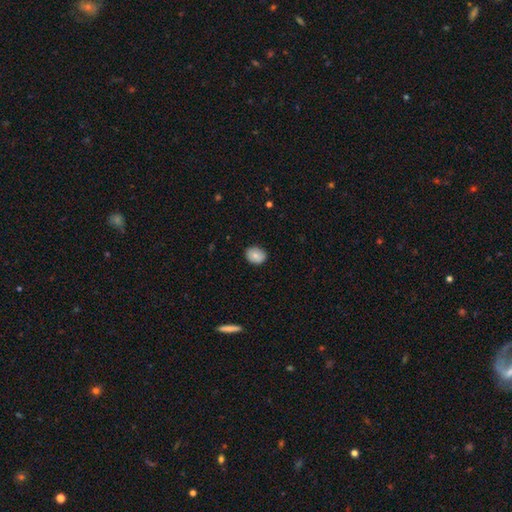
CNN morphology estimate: This appears to be a smooth galaxy with no disk features (80%) that is round (54%). Merging: none (85%).